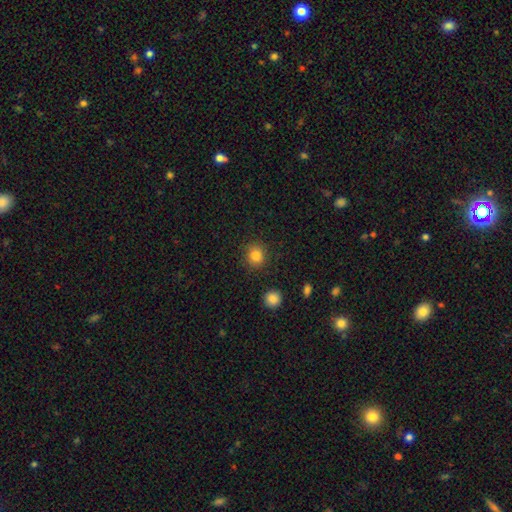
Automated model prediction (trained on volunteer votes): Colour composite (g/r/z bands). It shows a smooth galaxy with no disk features (84%) that is round (89%). Merging: none (89%).